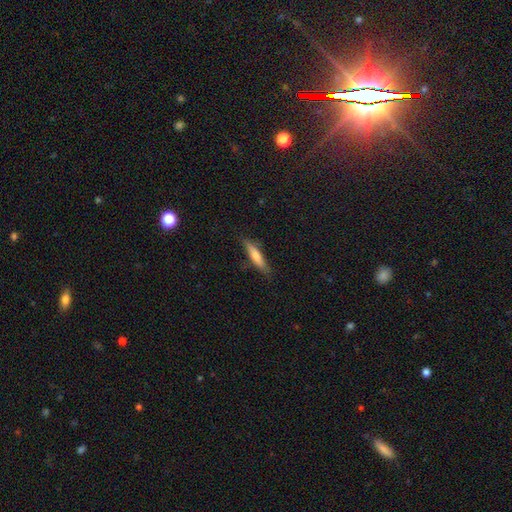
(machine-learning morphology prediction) Smooth or featured? smooth (63%)
How rounded? cigar-shaped (85%)
Merging? none (84%)